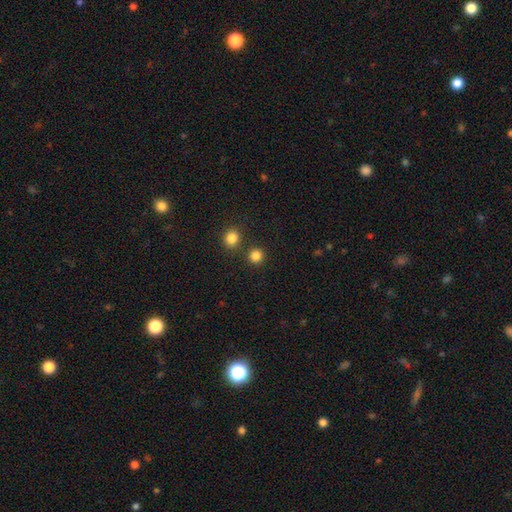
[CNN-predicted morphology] Smooth or featured?
  - smooth: 83% *
  - star or artifact: 13%
  - featured or disk: 4%
How rounded?
  - round: 92% *
  - in between: 7%
  - cigar-shaped: 1%
Merging?
  - none: 83% *
  - merger: 10%
  - minor disturbance: 5%
  - major disturbance: 2%